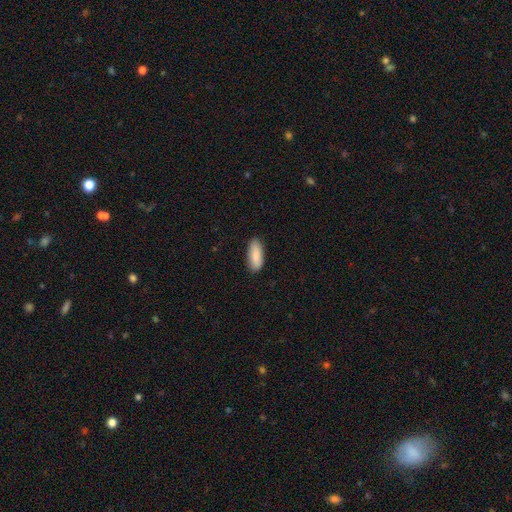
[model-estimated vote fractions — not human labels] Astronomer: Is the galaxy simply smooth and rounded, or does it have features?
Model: smooth — 87%.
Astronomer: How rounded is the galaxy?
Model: in between — 78%.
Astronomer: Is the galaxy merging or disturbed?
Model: none — 87%.